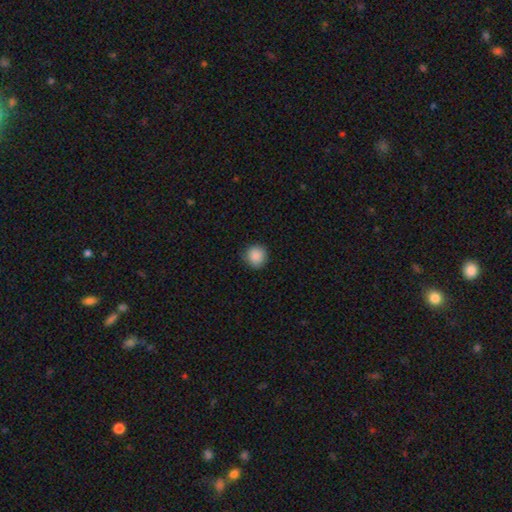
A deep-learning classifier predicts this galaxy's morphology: Smooth or featured: smooth — 89% (star or artifact — 8%)
How rounded: round — 94% (in between — 5%)
Merging: none — 89% (minor disturbance — 8%)